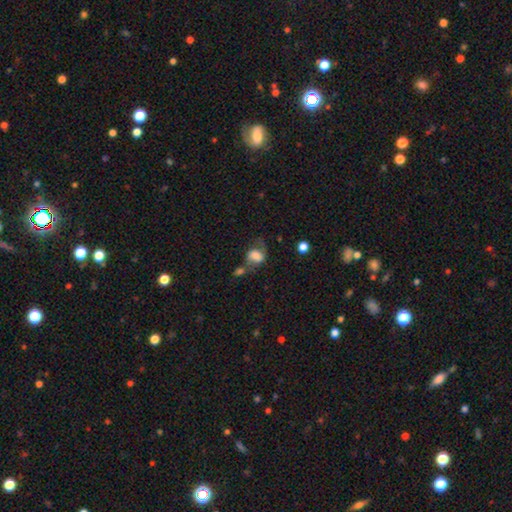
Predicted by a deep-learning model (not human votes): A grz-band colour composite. It shows a smooth galaxy with no disk features (54%) that is in between round and cigar-shaped (56%). Merging: none (33%).